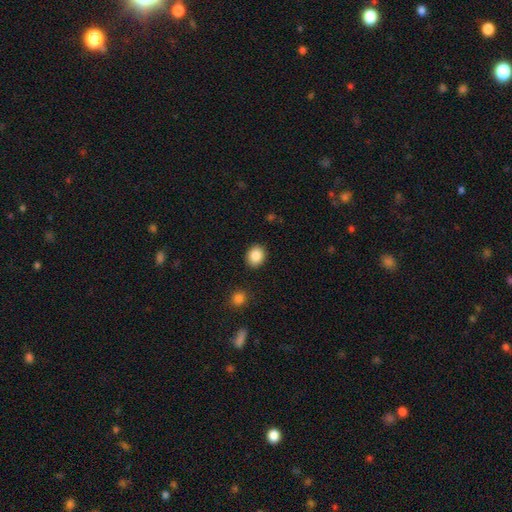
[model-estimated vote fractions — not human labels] smooth_or_featured: smooth (p=0.87) [alt: star or artifact p=0.08]
how_rounded: round (p=0.62) [alt: in between p=0.37]
merging: none (p=0.90) [alt: minor disturbance p=0.06]